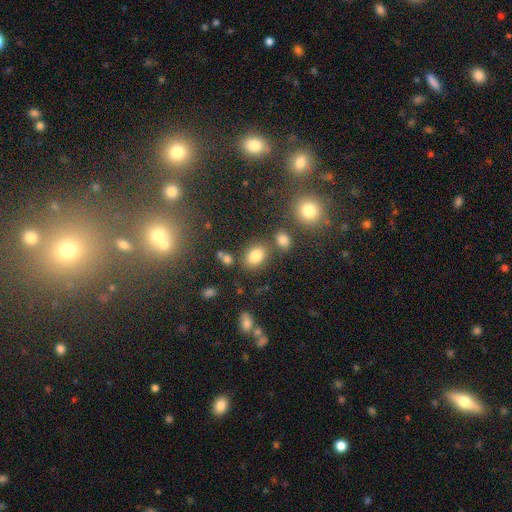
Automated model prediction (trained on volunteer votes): Smooth or featured: smooth — 81% (star or artifact — 12%)
How rounded: in between — 69% (round — 30%)
Merging: none — 72% (minor disturbance — 12%)